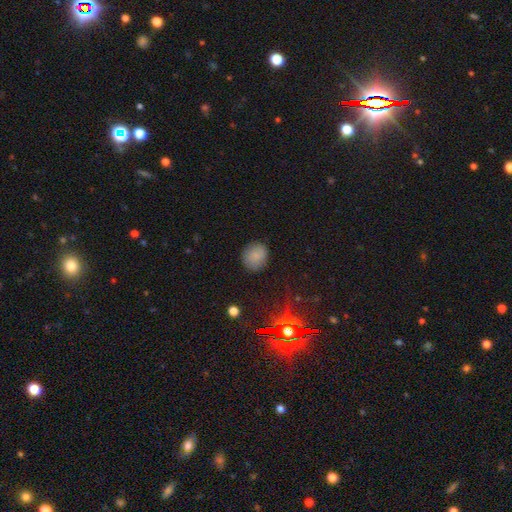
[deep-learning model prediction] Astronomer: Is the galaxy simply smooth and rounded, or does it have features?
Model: smooth — 81%.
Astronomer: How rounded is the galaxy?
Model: round — 74%.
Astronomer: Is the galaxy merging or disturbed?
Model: none — 84%.